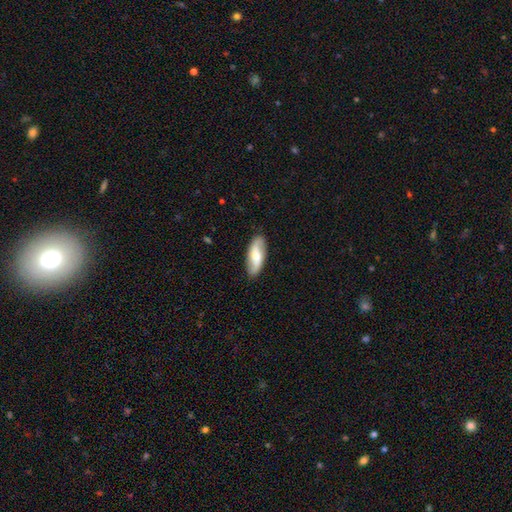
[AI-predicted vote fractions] This appears to be a featured or disk galaxy (57%). Merging: none (87%).